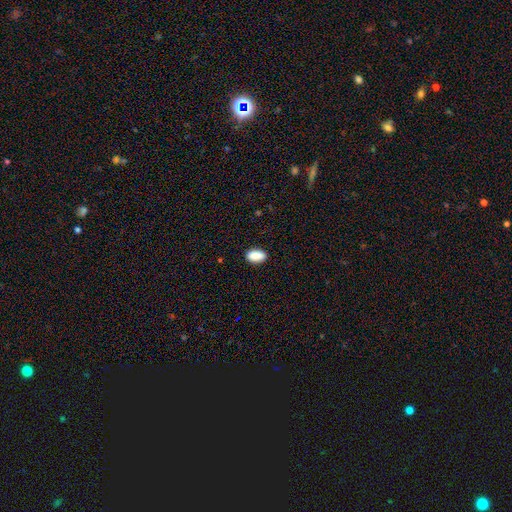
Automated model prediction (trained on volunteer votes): Smooth or featured: smooth — 90% (star or artifact — 7%)
How rounded: in between — 92% (round — 5%)
Merging: none — 88% (minor disturbance — 9%)